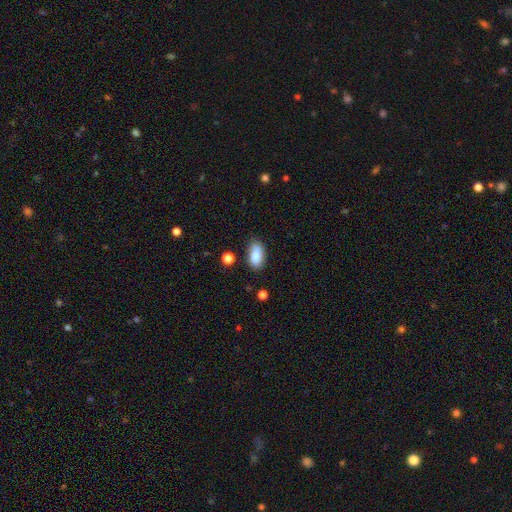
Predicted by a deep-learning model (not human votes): The model was most divided on "merging": none: 73%, minor disturbance: 19%, major disturbance: 4%, merger: 4%. More confident: how rounded — in between (91%); smooth or featured — smooth (84%).